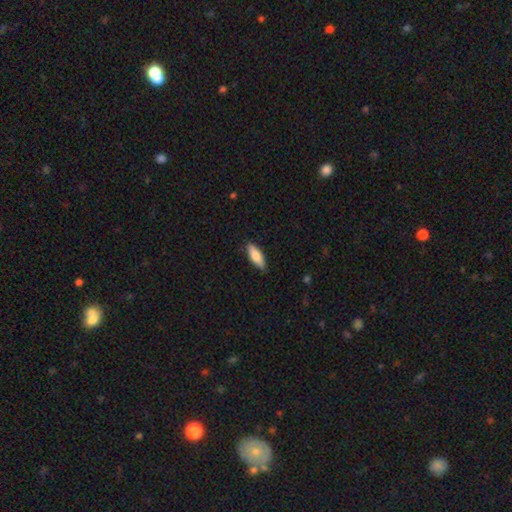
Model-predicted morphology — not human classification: smooth-or-featured: smooth: 82% | featured or disk: 12% | star or artifact: 6%
  how-rounded: in between: 61% | cigar-shaped: 38% | round: 2%
  merging: none: 86% | minor disturbance: 11% | major disturbance: 2% | merger: 1%